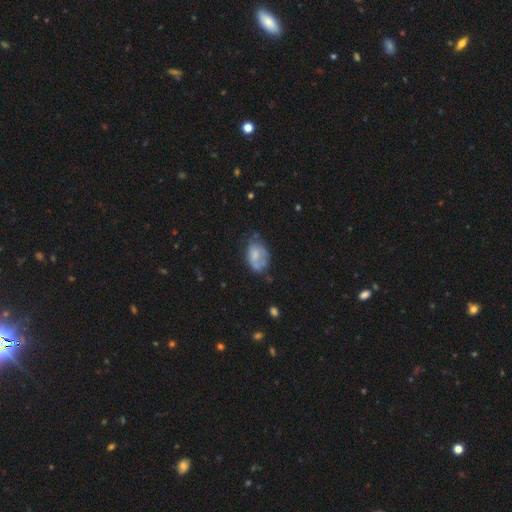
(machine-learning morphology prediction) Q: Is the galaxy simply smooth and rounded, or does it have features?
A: smooth — 57%.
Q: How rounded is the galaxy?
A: in between — 80%.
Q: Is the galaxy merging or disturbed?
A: none — 40%.